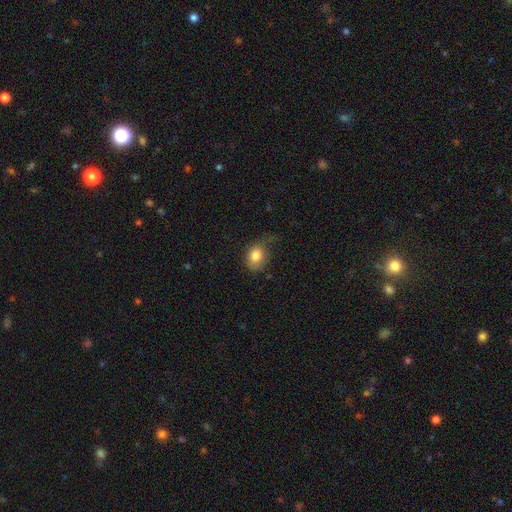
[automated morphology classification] type=smooth (81%); roundness=round (52%); merging=none (45%).